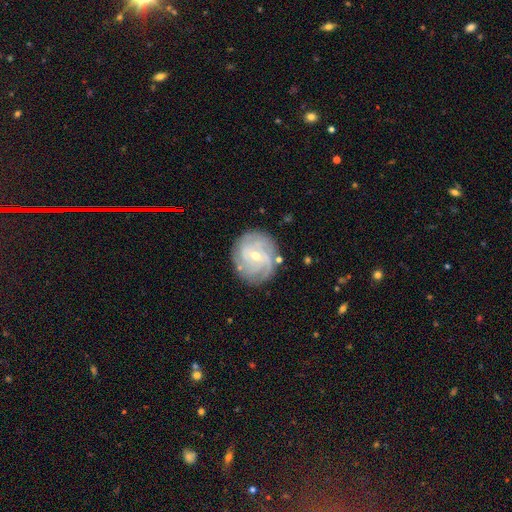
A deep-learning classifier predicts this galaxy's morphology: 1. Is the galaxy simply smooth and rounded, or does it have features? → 85% featured or disk, 10% smooth, 6% star or artifact.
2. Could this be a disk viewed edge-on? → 98% no, 2% yes.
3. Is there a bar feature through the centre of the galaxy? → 49% weak, 39% no, 12% strong.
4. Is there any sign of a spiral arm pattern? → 96% yes, 4% no.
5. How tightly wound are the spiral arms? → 62% tight, 31% medium, 8% loose.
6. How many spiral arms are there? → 27% 3, 24% can't tell, 23% 4, 14% 2, 6% more than 4, 6% 1.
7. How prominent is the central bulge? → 58% small, 39% moderate, 1% large, 1% none, 1% dominant.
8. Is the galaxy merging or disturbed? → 80% none, 13% minor disturbance, 4% major disturbance, 2% merger.